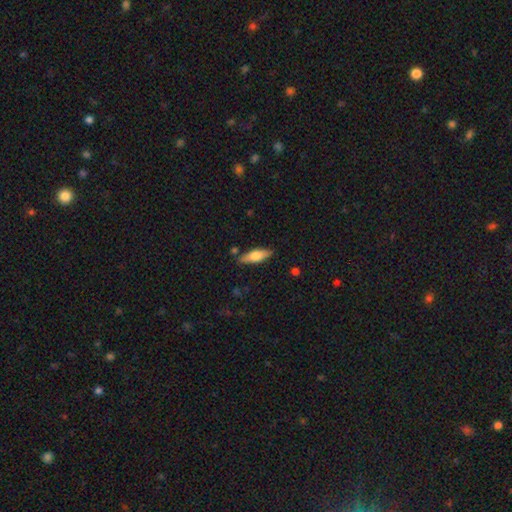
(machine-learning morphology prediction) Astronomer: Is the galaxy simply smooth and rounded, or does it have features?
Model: smooth — 60%.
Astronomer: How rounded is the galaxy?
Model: in between — 56% (runner-up: cigar-shaped, 42%).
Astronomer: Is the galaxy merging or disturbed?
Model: none — 83%.